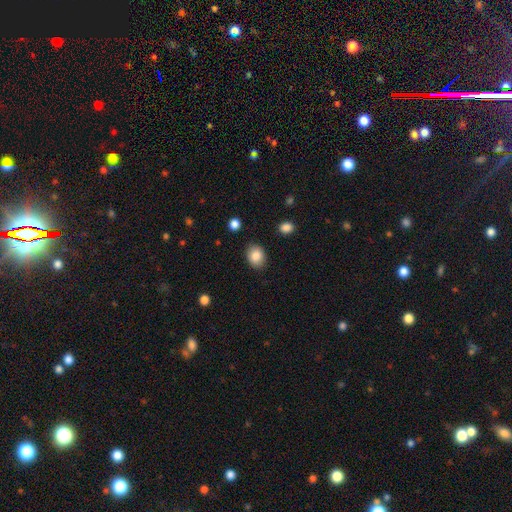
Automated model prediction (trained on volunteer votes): This appears to be a smooth galaxy with no disk features (86%) that is in between round and cigar-shaped (58%). Merging: none (86%).